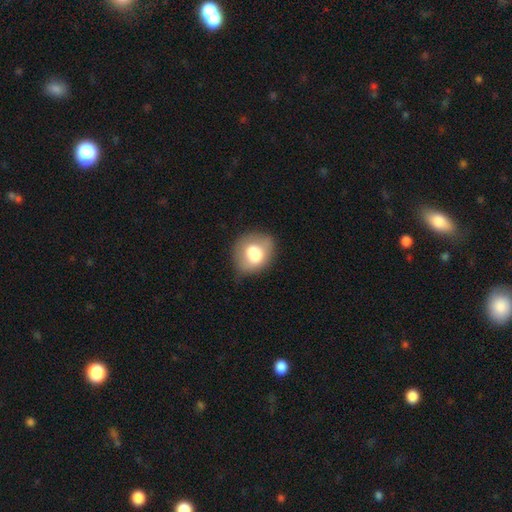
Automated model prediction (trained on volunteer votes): Overall: smooth (74%). How rounded: round (53%; in between 46%). Merging: none (58%; minor disturbance 28%).